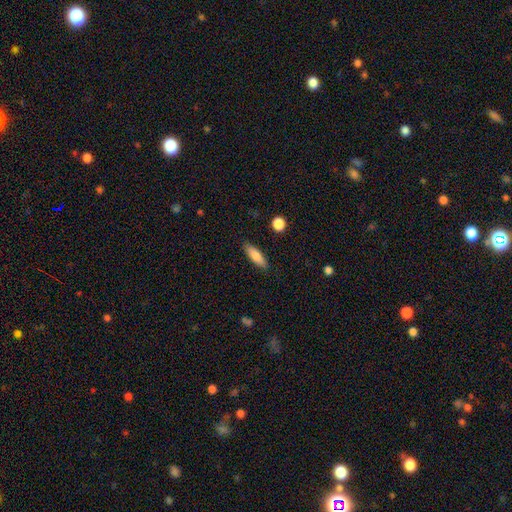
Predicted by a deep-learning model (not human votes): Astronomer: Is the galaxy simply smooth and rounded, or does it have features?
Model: smooth — 80%.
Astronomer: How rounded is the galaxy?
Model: cigar-shaped — 54% (runner-up: in between, 44%).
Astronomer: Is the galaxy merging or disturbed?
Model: none — 87%.